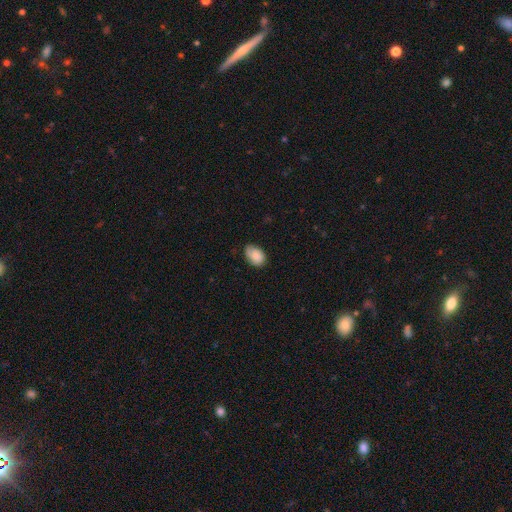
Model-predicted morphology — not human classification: type=smooth (84%); roundness=in between (85%); merging=none (65%).